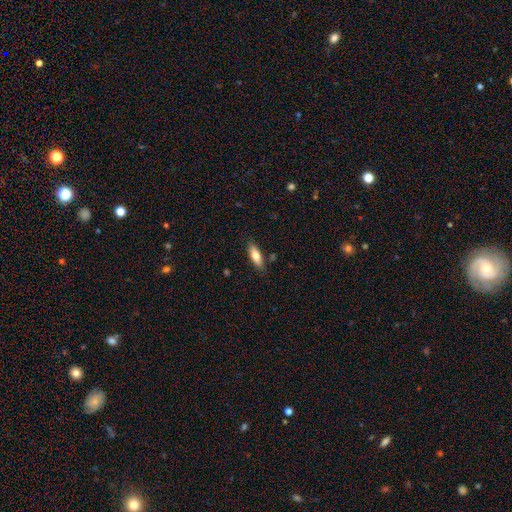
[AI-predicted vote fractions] This appears to be a smooth galaxy with no disk features (74%) that is in between round and cigar-shaped (62%). Merging: none (84%).